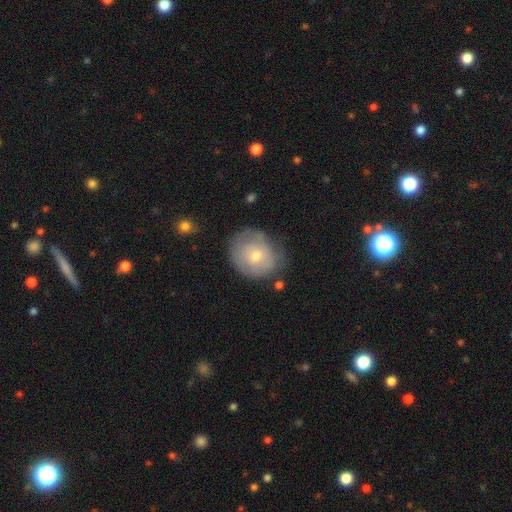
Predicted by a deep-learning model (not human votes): Q: Smooth or featured?
A: smooth (57%); runner-up: featured or disk (35%)
Q: How rounded?
A: round (63%); runner-up: in between (36%)
Q: Merging?
A: none (61%); runner-up: minor disturbance (28%)